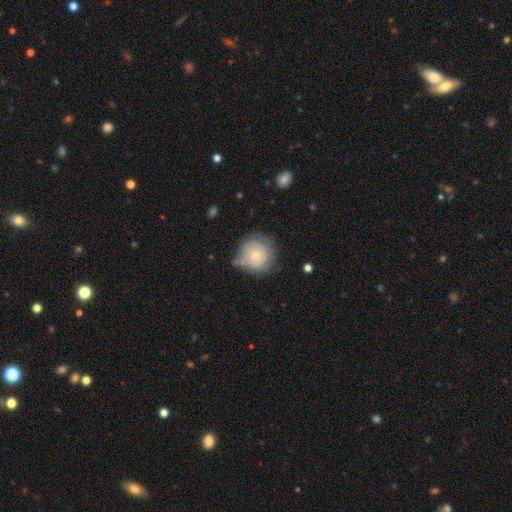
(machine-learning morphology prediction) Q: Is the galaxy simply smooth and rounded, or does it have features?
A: smooth — 58%.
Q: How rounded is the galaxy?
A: round — 91%.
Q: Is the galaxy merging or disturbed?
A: none — 60%.